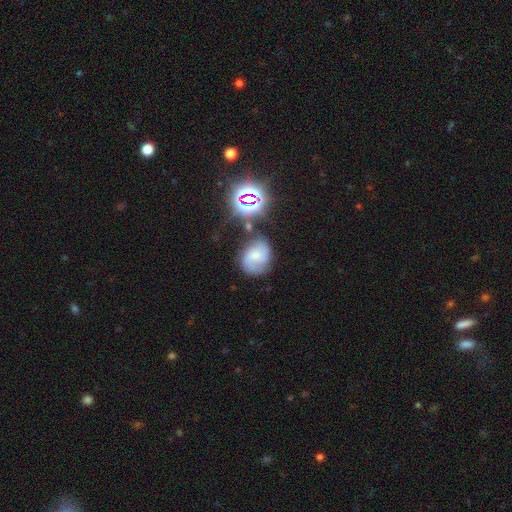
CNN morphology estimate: This is possibly a featured or disk galaxy (49%). Merging: possibly none (60%).